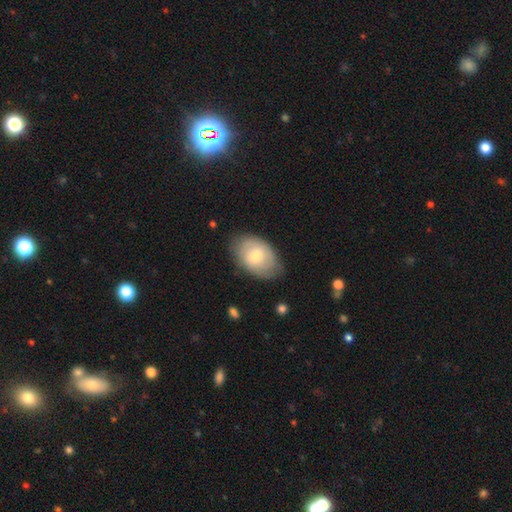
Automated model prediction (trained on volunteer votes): A smooth galaxy with no disk features (57%) that is in between round and cigar-shaped (85%).

Vote fractions:
- Smooth or featured? smooth: 57% / featured or disk: 37% / star or artifact: 6%
- How rounded? in between: 85% / round: 14% / cigar-shaped: 1%
- Merging? none: 75% / minor disturbance: 19% / major disturbance: 5% / merger: 1%